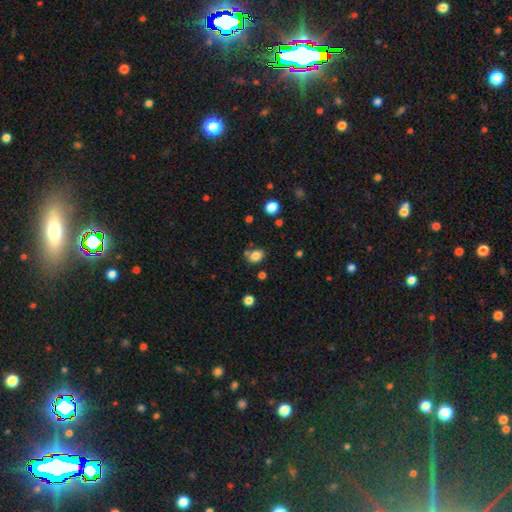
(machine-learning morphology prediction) The model was most divided on "how rounded": in between: 60%, round: 39%, cigar-shaped: 1%. More confident: smooth or featured — smooth (83%); merging — none (70%).